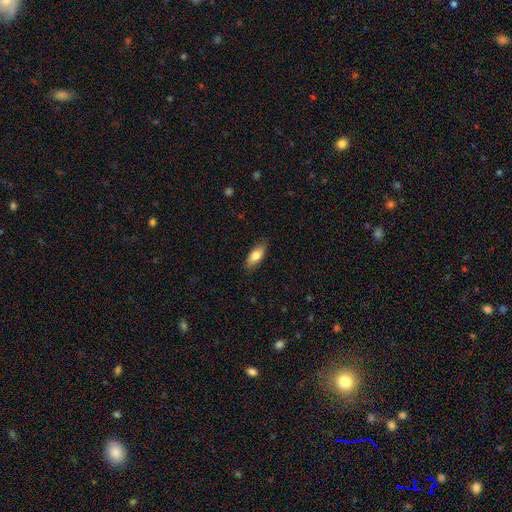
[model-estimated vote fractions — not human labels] Smooth or featured? smooth (77%)
How rounded? in between (79%)
Merging? none (84%)